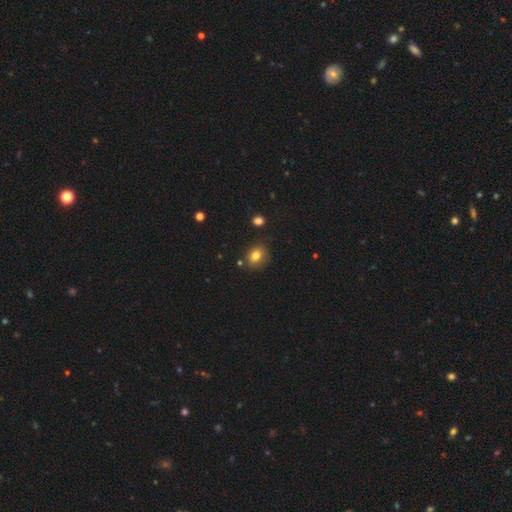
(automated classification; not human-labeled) A smooth galaxy with no disk features (81%) that is round (55%).

Vote fractions:
- Smooth or featured? smooth: 81% / star or artifact: 11% / featured or disk: 8%
- How rounded? round: 55% / in between: 44% / cigar-shaped: 1%
- Merging? none: 80% / minor disturbance: 13% / merger: 4% / major disturbance: 3%